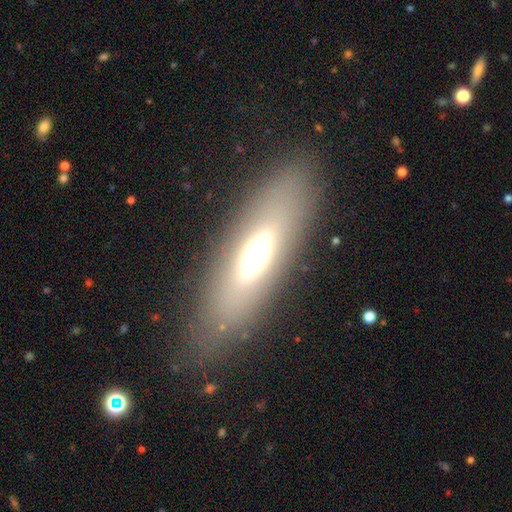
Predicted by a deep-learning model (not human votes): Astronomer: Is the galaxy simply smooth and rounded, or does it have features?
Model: smooth — 52% (runner-up: featured or disk, 38%).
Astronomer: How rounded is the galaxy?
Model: in between — 57% (runner-up: cigar-shaped, 39%).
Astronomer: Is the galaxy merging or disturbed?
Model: none — 83%.